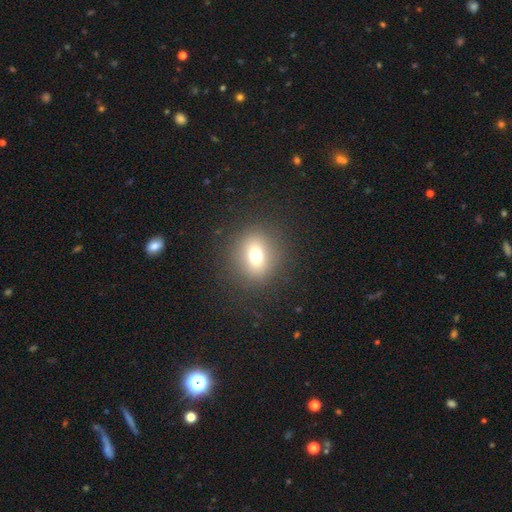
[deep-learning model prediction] Smooth or featured? Predicted: smooth (p=0.71). How rounded? Predicted: round (p=0.67). Merging? Predicted: none (p=0.86).